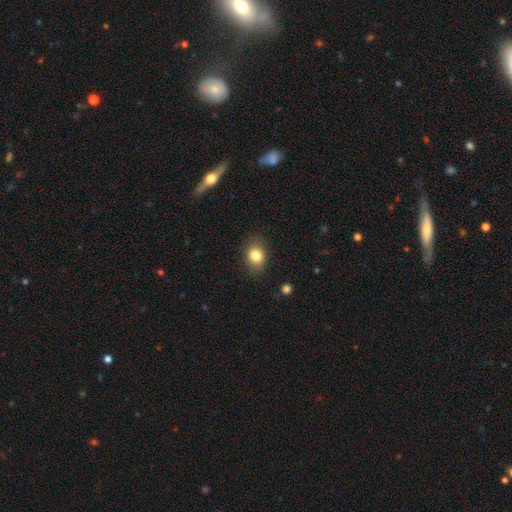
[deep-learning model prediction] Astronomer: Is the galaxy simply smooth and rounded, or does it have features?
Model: smooth — 83%.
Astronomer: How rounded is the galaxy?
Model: in between — 60% (runner-up: round, 39%).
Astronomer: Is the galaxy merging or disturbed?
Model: none — 82%.